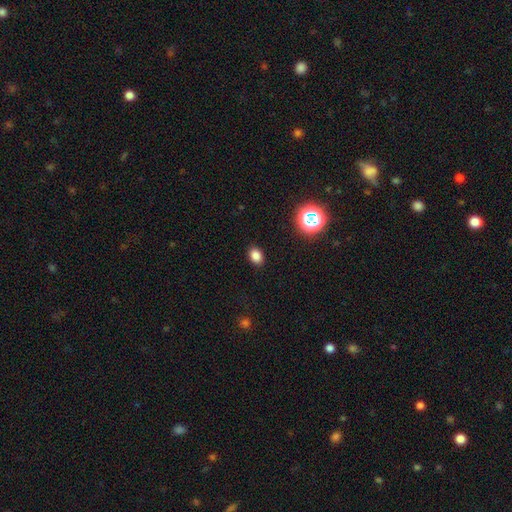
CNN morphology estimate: This appears to be a smooth galaxy with no disk features (82%) that is in between round and cigar-shaped (76%). Merging: none (89%).